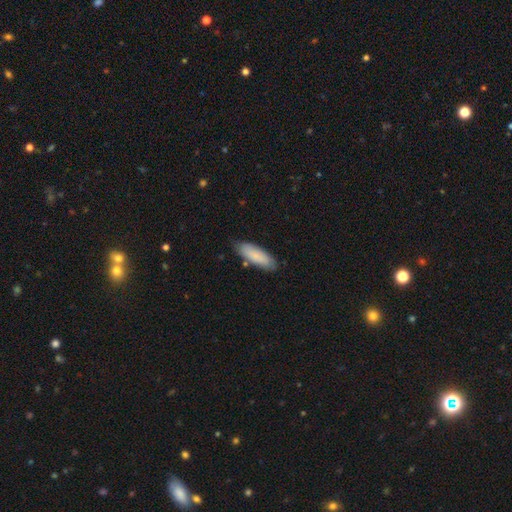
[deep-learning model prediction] The model was most divided on "how rounded": in between: 58%, cigar-shaped: 41%, round: 1%. More confident: smooth or featured — smooth (83%); merging — none (80%).